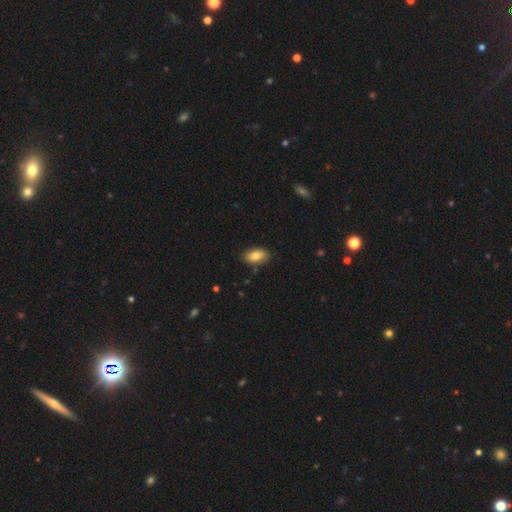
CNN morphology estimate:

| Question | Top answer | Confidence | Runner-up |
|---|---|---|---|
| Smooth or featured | smooth | 80% | featured or disk (13%) |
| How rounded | in between | 92% | round (5%) |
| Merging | none | 86% | minor disturbance (11%) |